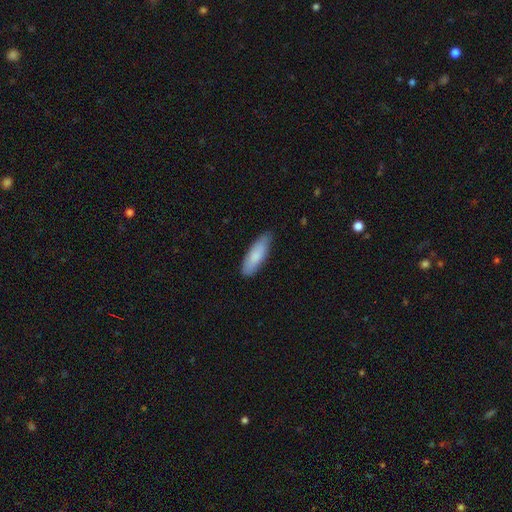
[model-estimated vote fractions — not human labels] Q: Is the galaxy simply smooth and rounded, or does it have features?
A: smooth — 83%.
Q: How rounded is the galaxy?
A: cigar-shaped — 50%.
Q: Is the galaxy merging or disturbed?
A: none — 82%.